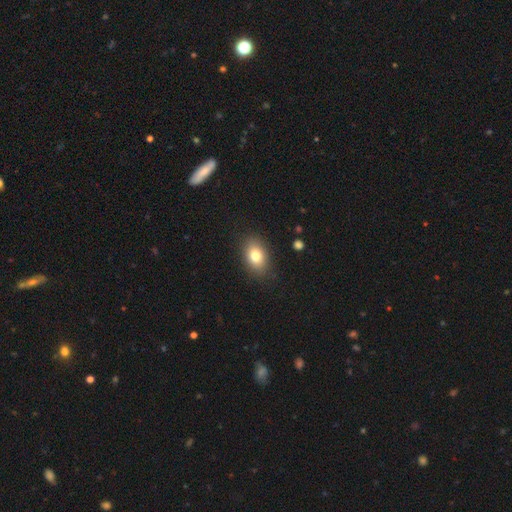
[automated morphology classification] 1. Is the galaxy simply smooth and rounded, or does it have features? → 78% smooth, 12% featured or disk, 10% star or artifact.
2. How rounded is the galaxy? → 80% in between, 19% round, 1% cigar-shaped.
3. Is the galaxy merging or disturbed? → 87% none, 9% minor disturbance, 3% major disturbance, 1% merger.